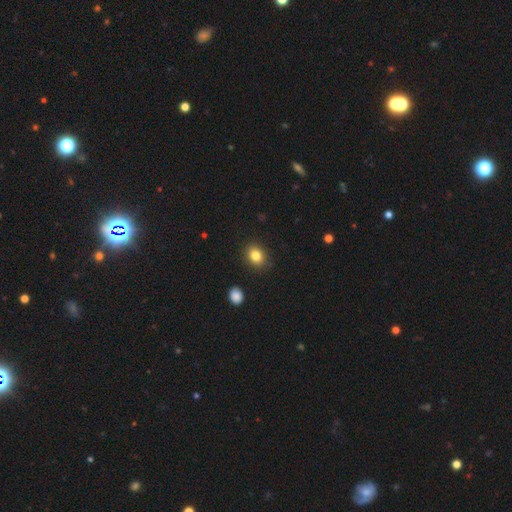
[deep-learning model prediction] A smooth galaxy with no disk features (83%) that is round (50%).

Vote fractions:
- Smooth or featured? smooth: 83% / star or artifact: 10% / featured or disk: 7%
- How rounded? round: 50% / in between: 49% / cigar-shaped: 1%
- Merging? none: 88% / minor disturbance: 8% / major disturbance: 2% / merger: 1%